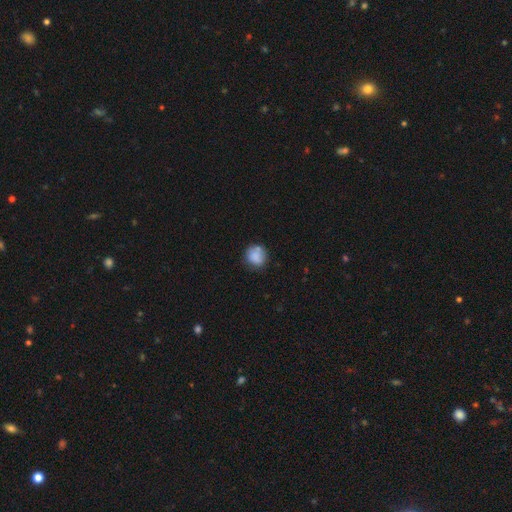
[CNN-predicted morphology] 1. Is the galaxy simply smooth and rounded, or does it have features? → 79% smooth, 13% featured or disk, 8% star or artifact.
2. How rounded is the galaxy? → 83% round, 16% in between, 1% cigar-shaped.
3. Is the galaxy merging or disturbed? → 65% none, 21% minor disturbance, 8% merger, 6% major disturbance.